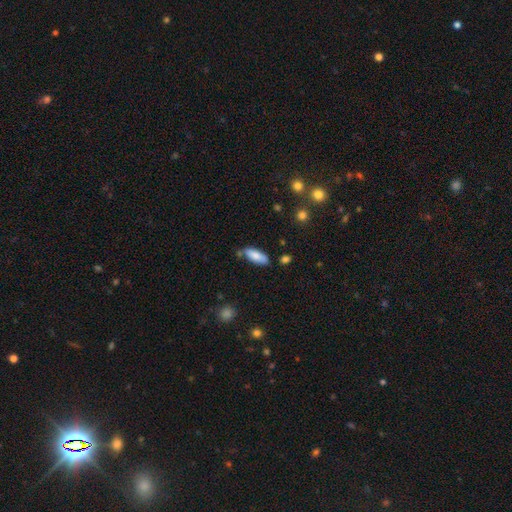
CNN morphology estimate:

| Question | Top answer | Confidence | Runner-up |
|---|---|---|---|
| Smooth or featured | smooth | 82% | featured or disk (12%) |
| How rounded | in between | 70% | cigar-shaped (28%) |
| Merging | none | 73% | minor disturbance (18%) |